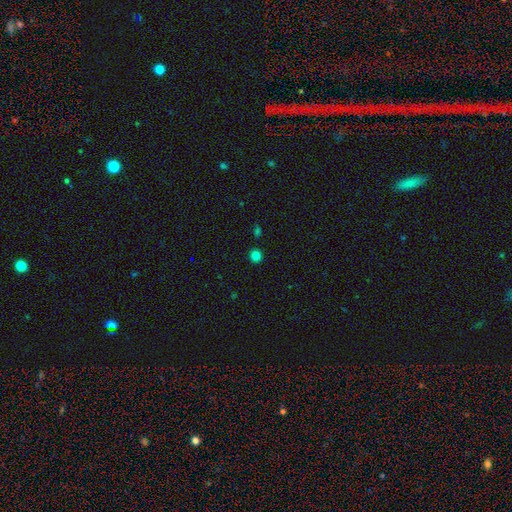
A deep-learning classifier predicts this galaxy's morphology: type=smooth (82%); roundness=round (89%); merging=none (89%).